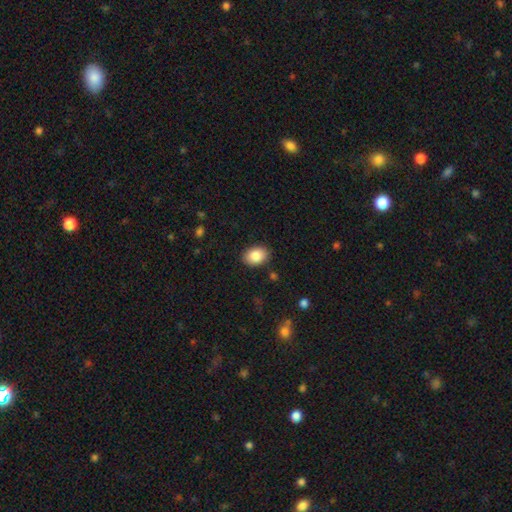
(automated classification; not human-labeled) Q: Smooth or featured?
A: smooth (87%); runner-up: star or artifact (7%)
Q: How rounded?
A: in between (78%); runner-up: round (21%)
Q: Merging?
A: none (87%); runner-up: minor disturbance (9%)